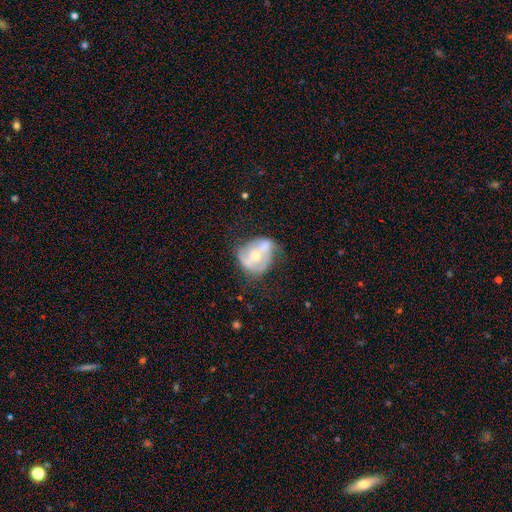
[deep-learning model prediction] A featured or disk galaxy (66%) with no bar (51%), spiral arms (60%) and a moderate central bulge (57%). Merging: none (37%).